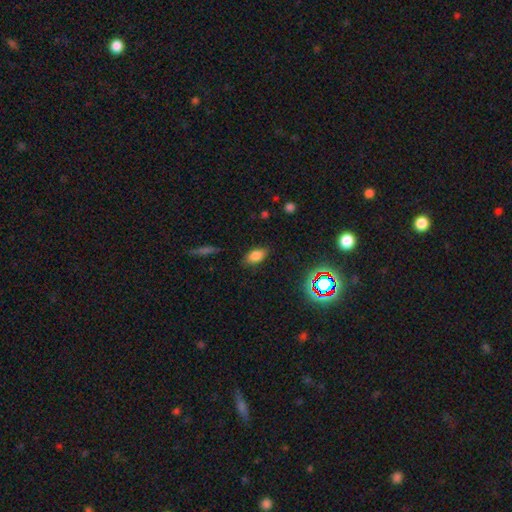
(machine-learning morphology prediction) smooth-or-featured: smooth: 79% | star or artifact: 13% | featured or disk: 8%
  how-rounded: in between: 89% | round: 8% | cigar-shaped: 4%
  merging: none: 82% | minor disturbance: 13% | major disturbance: 3% | merger: 1%